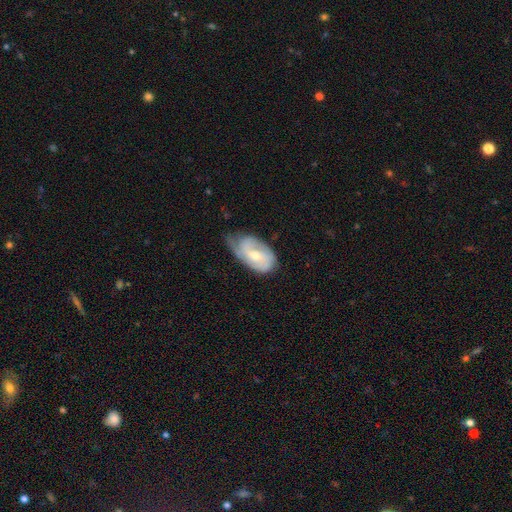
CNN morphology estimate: Smooth or featured? Predicted: featured or disk (p=0.66). Edge-on disk? Predicted: no (p=0.95). Bar? Predicted: no (p=0.52). Spiral arms? Predicted: yes (p=0.85). Spiral winding? Predicted: tight (p=0.43). Spiral arm count? Predicted: 2 (p=0.45). Bulge size? Predicted: moderate (p=0.50). Merging? Predicted: none (p=0.41).